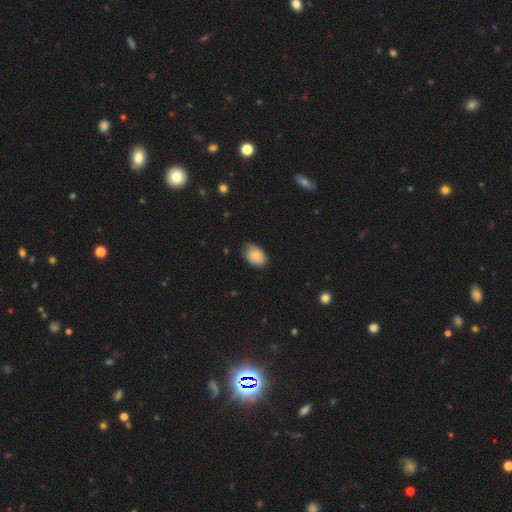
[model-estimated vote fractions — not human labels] A smooth galaxy with no disk features (79%) that is in between round and cigar-shaped (83%).

Vote fractions:
- Smooth or featured? smooth: 79% / featured or disk: 14% / star or artifact: 7%
- How rounded? in between: 83% / round: 16% / cigar-shaped: 1%
- Merging? none: 68% / minor disturbance: 27% / major disturbance: 4% / merger: 1%